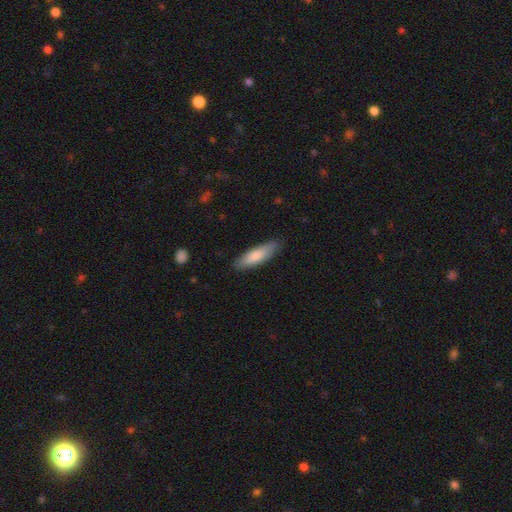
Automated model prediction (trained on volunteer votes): Smooth or featured? Predicted: smooth (p=0.81). How rounded? Predicted: cigar-shaped (p=0.57). Merging? Predicted: none (p=0.85).